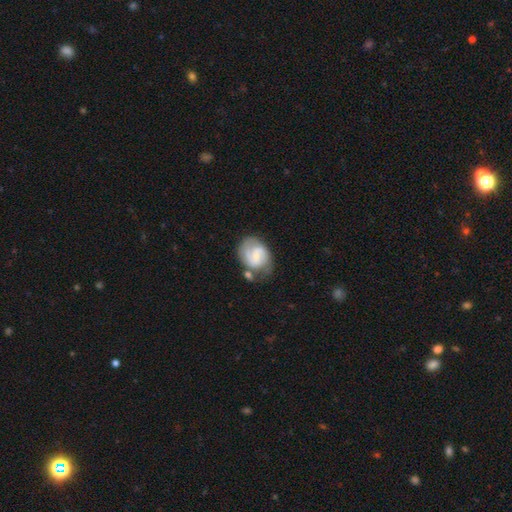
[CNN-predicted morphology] The model was most divided on "bar": weak: 51%, no: 37%, strong: 12%. Remaining: edge-on disk — no (98%); spiral arms — yes (91%); spiral arm count — 2 (77%); smooth or featured — featured or disk (68%); bulge size — small (58%); merging — none (55%); spiral winding — medium (49%).